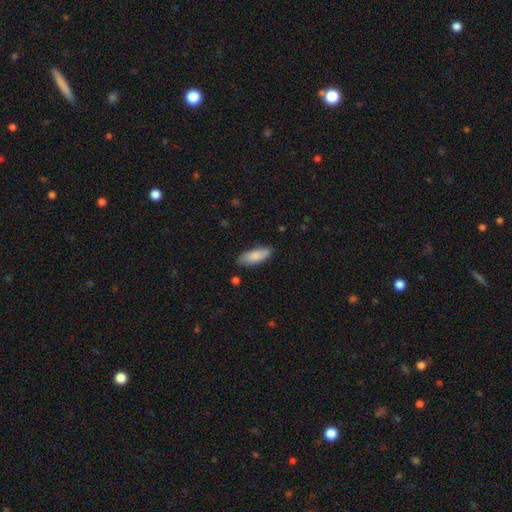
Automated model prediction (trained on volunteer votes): smooth_or_featured: smooth (p=0.84) [alt: featured or disk p=0.10]
how_rounded: in between (p=0.69) [alt: cigar-shaped p=0.29]
merging: none (p=0.81) [alt: minor disturbance p=0.15]